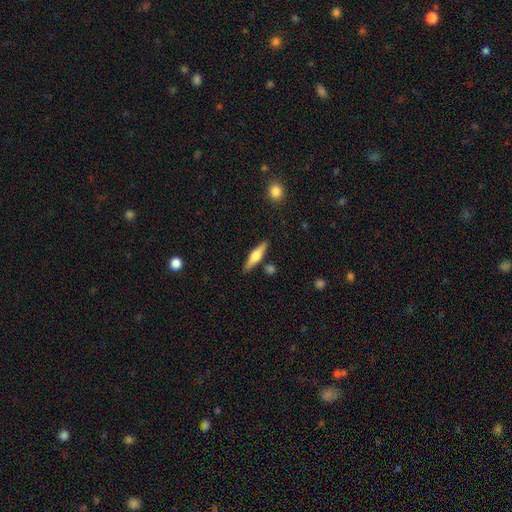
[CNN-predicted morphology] featured or disk 50%, smooth 44%, star or artifact 6%. Down the decision tree: merging — none (84%).